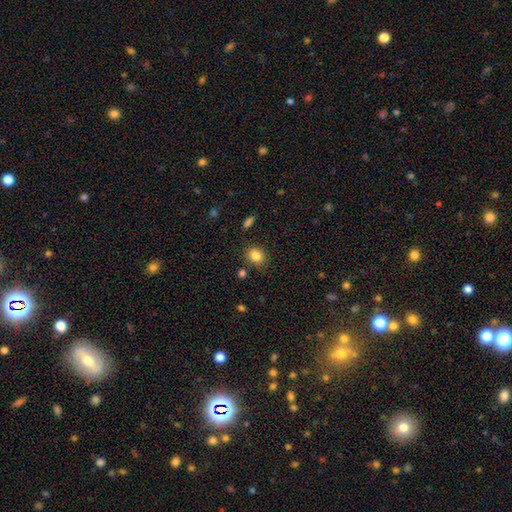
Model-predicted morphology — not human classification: smooth 84%, star or artifact 10%, featured or disk 6%. Down the decision tree: how rounded — round (62%); merging — none (82%).